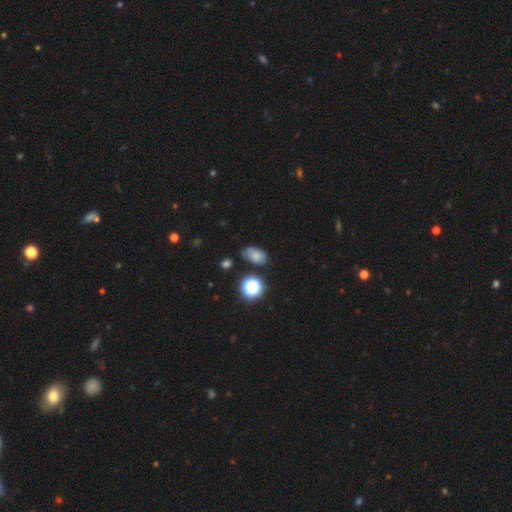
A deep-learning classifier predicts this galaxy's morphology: type=smooth (69%); roundness=in between (82%); merging=none (55%).